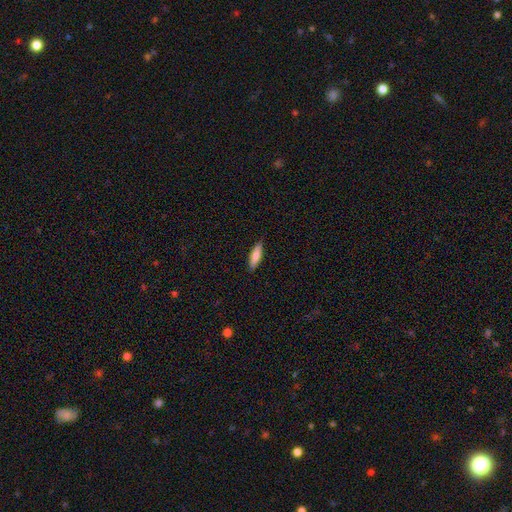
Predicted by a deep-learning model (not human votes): Smooth or featured? smooth (81%)
How rounded? cigar-shaped (65%)
Merging? none (89%)